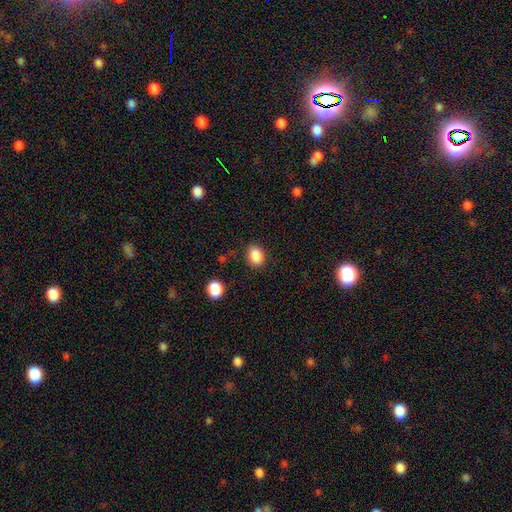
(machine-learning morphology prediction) smooth 87%, star or artifact 9%, featured or disk 4%. Down the decision tree: how rounded — in between (60%); merging — none (84%).